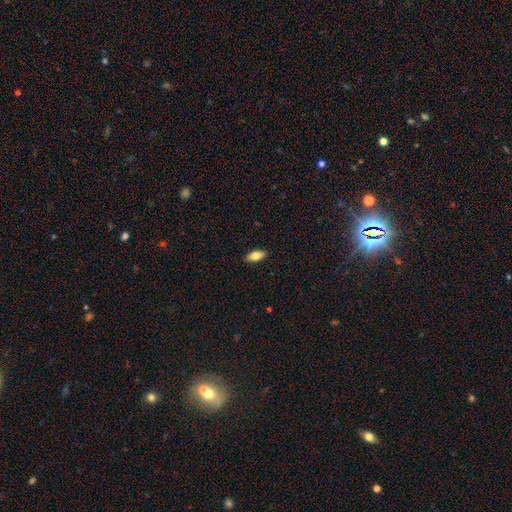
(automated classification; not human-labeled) Q: Smooth or featured?
A: smooth (78%); runner-up: featured or disk (15%)
Q: How rounded?
A: in between (85%); runner-up: cigar-shaped (12%)
Q: Merging?
A: none (89%); runner-up: minor disturbance (8%)